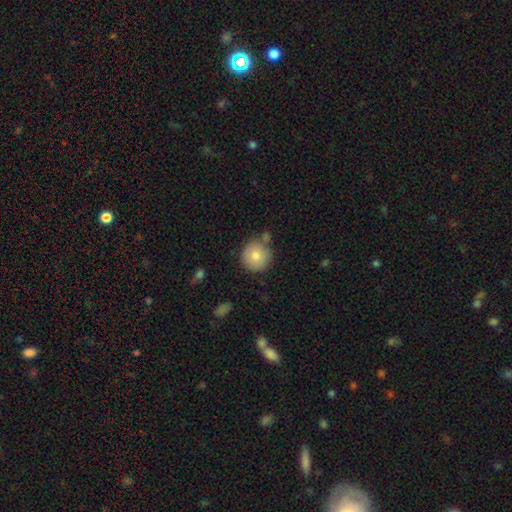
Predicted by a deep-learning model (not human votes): A smooth galaxy with no disk features (80%) that is round (93%).

Vote fractions:
- Smooth or featured? smooth: 80% / featured or disk: 11% / star or artifact: 9%
- How rounded? round: 93% / in between: 6% / cigar-shaped: 1%
- Merging? none: 73% / minor disturbance: 13% / merger: 10% / major disturbance: 3%